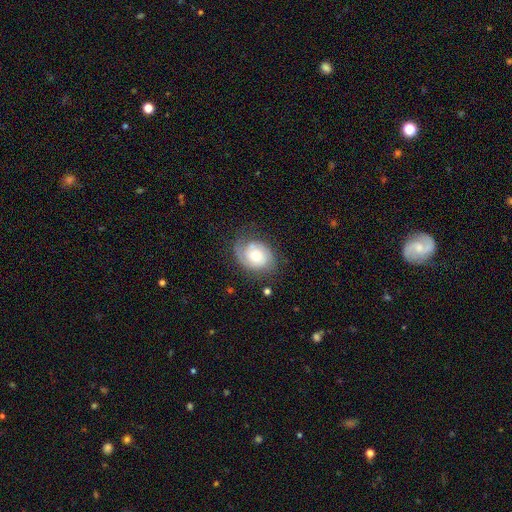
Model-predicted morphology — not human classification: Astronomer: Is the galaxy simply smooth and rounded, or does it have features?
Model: featured or disk — 66%.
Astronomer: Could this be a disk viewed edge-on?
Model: no — 97%.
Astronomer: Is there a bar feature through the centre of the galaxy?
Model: no — 70%.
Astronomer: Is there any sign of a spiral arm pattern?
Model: yes — 90%.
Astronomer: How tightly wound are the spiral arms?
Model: tight — 52% (runner-up: medium, 35%).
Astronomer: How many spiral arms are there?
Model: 2 — 60%.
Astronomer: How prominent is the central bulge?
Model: moderate — 48% (runner-up: small, 30%).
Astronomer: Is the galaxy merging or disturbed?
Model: none — 64%.